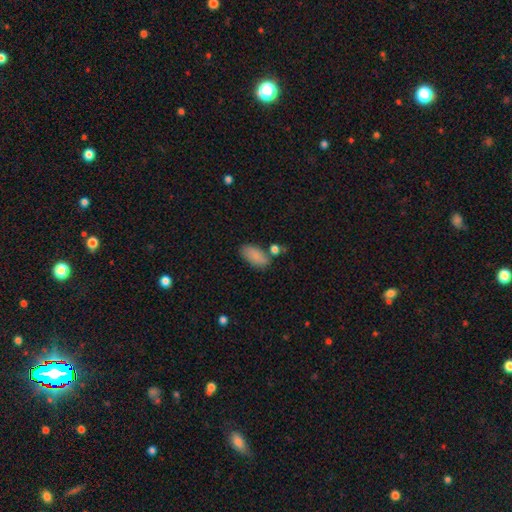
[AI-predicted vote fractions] This appears to be a smooth galaxy with no disk features (85%) that is in between round and cigar-shaped (92%). Merging: none (67%).